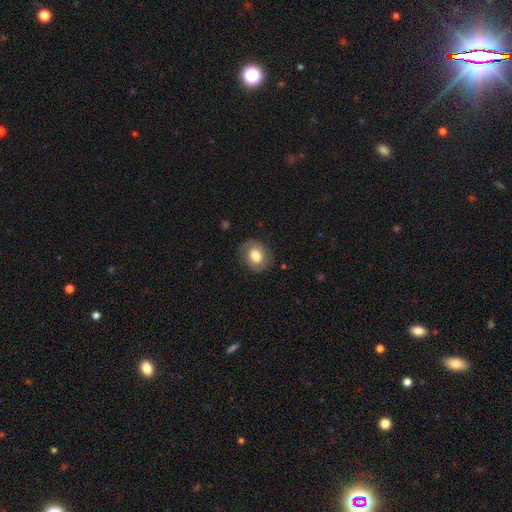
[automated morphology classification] Smooth or featured?
  - smooth: 58% *
  - featured or disk: 34%
  - star or artifact: 7%
How rounded?
  - in between: 55% *
  - round: 44%
  - cigar-shaped: 1%
Merging?
  - none: 78% *
  - minor disturbance: 16%
  - major disturbance: 5%
  - merger: 1%